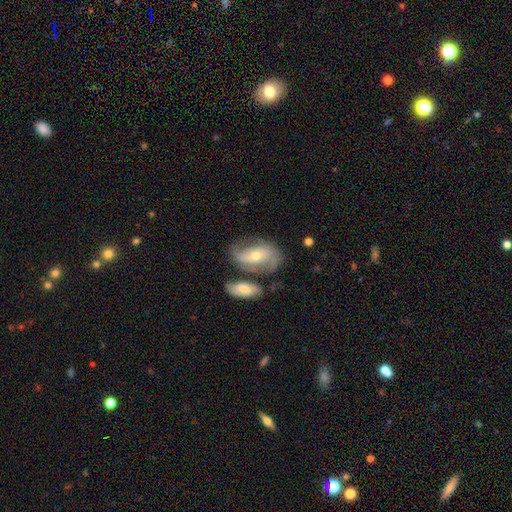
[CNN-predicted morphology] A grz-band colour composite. It shows a featured or disk galaxy (70%) with no bar (48%), 2 (80%) medium (42%) spiral arms (86%) and a small central bulge (49%). Merging: none (50%).